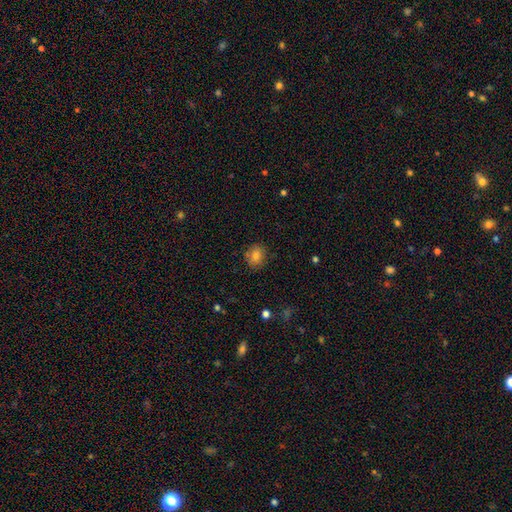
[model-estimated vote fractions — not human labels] Q: Smooth or featured?
A: smooth (77%); runner-up: star or artifact (13%)
Q: How rounded?
A: round (68%); runner-up: in between (31%)
Q: Merging?
A: none (84%); runner-up: minor disturbance (12%)